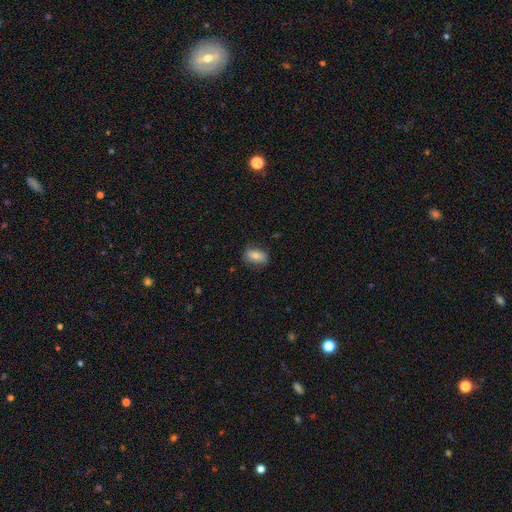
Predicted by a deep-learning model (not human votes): Smooth or featured: smooth — 74% (featured or disk — 18%)
How rounded: in between — 83% (round — 13%)
Merging: none — 80% (minor disturbance — 16%)